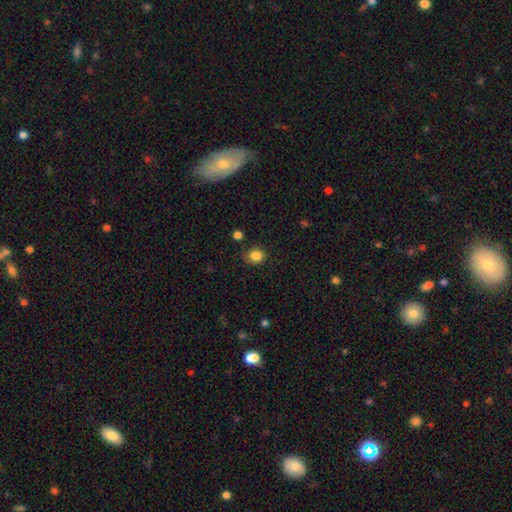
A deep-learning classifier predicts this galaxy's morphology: Smooth or featured: smooth — 85% (star or artifact — 11%)
How rounded: round — 77% (in between — 23%)
Merging: none — 78% (minor disturbance — 16%)